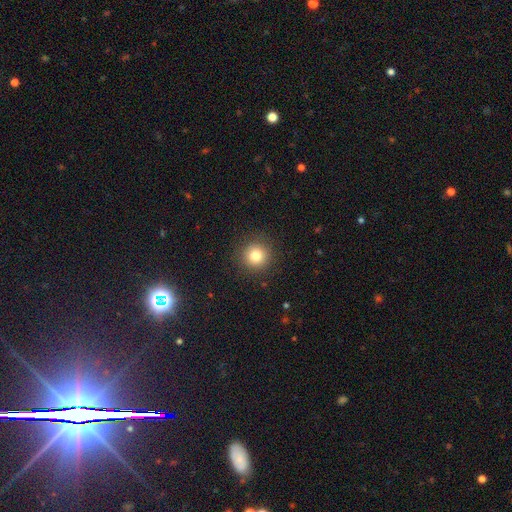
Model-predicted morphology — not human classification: smooth-or-featured: smooth: 81% | star or artifact: 12% | featured or disk: 7%
  how-rounded: round: 94% | in between: 5% | cigar-shaped: 1%
  merging: none: 90% | minor disturbance: 6% | major disturbance: 2% | merger: 1%